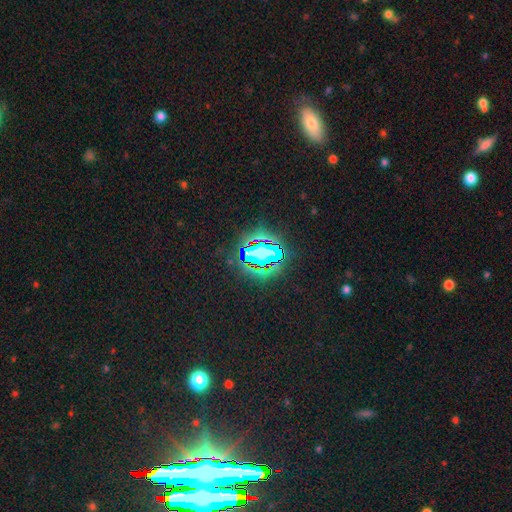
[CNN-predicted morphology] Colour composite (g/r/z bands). It shows a star or artifact, not a galaxy (75%).